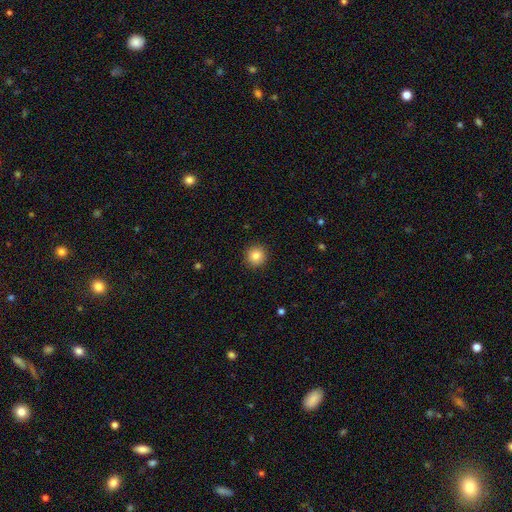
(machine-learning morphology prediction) This is clearly a smooth galaxy (84%). How rounded: clearly round (95%). Merging: clearly none (92%).